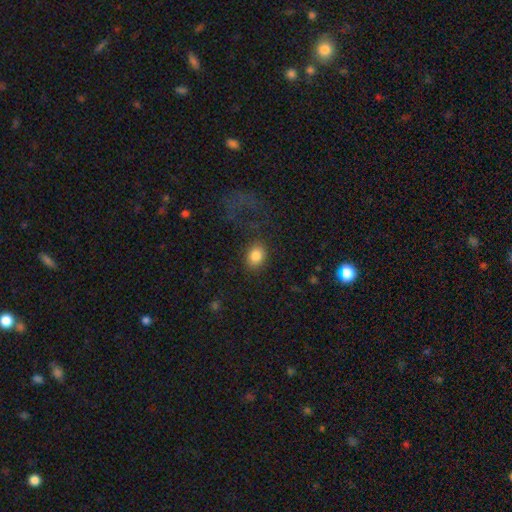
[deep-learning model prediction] smooth_or_featured: smooth (p=0.85) [alt: star or artifact p=0.09]
how_rounded: in between (p=0.57) [alt: round p=0.42]
merging: none (p=0.79) [alt: minor disturbance p=0.11]